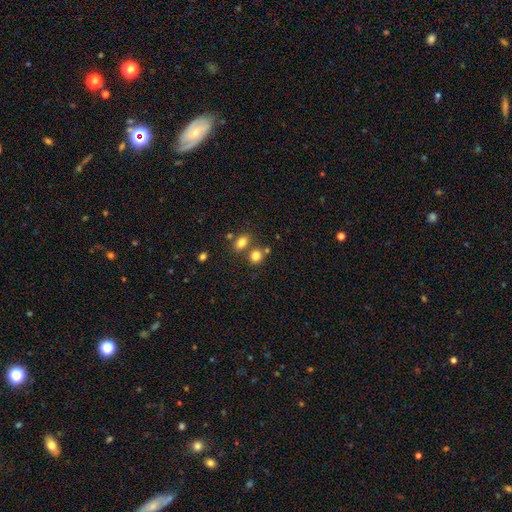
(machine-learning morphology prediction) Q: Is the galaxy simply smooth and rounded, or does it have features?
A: smooth — 81%.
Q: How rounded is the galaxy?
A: round — 53%.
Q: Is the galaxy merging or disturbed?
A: none — 62%.